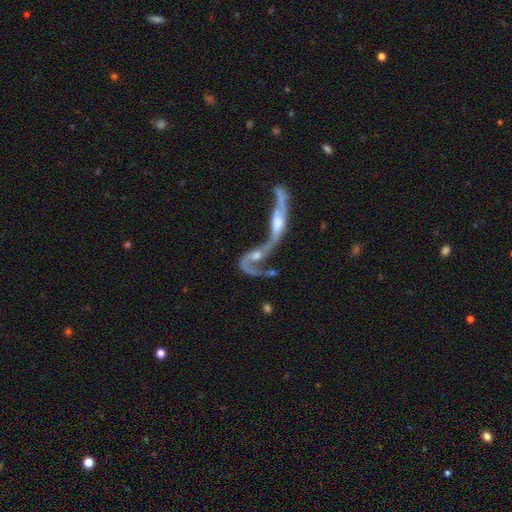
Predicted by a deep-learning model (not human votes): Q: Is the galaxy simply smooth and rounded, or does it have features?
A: featured or disk — 76%.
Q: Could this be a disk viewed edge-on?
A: no — 84%.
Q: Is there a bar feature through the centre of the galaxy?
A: no — 63%.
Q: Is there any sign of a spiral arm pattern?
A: yes — 76%.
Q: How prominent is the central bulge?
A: moderate — 46%.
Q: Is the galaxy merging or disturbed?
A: merger — 72%.